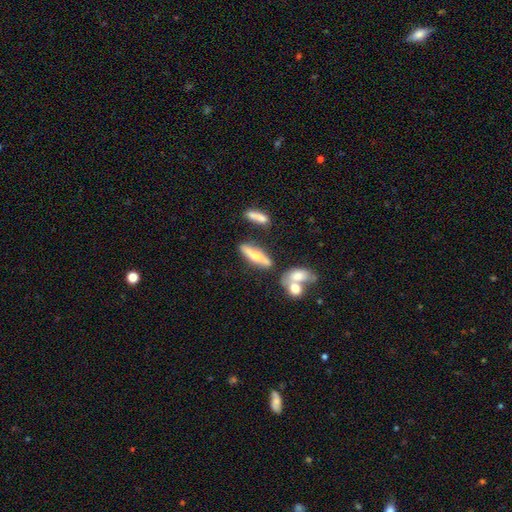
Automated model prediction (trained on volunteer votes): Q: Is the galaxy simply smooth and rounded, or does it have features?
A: featured or disk — 51%.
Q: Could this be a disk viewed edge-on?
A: yes — 83%.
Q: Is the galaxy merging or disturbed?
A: none — 72%.